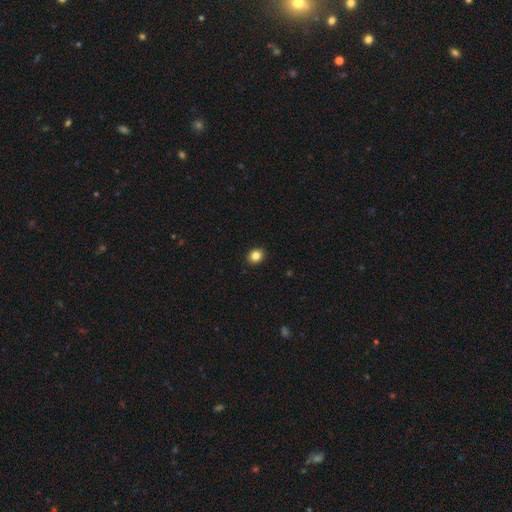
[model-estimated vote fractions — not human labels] smooth_or_featured: smooth (p=0.85) [alt: star or artifact p=0.11]
how_rounded: round (p=0.65) [alt: in between p=0.34]
merging: none (p=0.92) [alt: minor disturbance p=0.06]